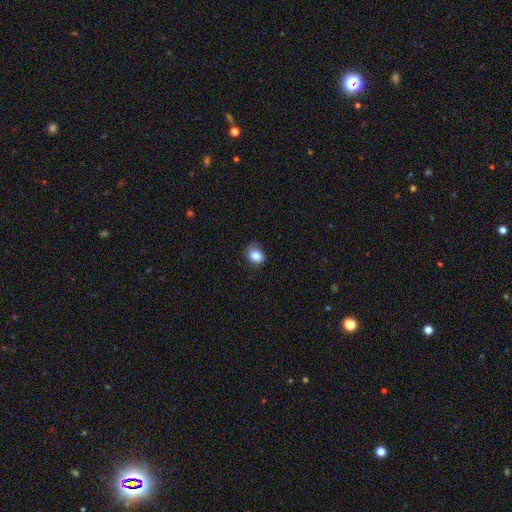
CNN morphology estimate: Smooth or featured: smooth — 82% (star or artifact — 10%)
How rounded: round — 54% (in between — 46%)
Merging: none — 73% (minor disturbance — 21%)